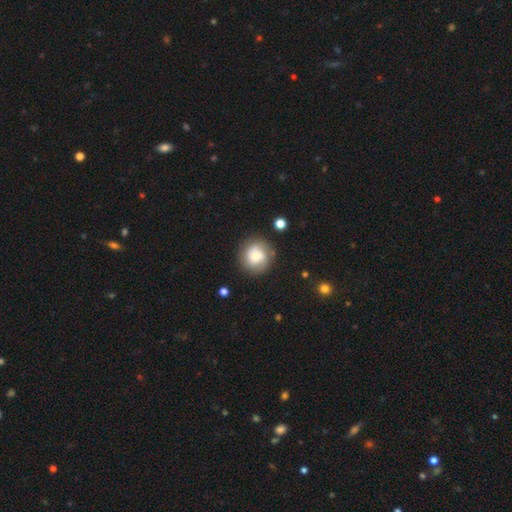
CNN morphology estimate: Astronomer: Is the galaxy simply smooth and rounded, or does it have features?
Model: smooth — 62%.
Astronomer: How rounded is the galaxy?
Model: round — 91%.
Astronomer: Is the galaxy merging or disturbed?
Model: none — 80%.